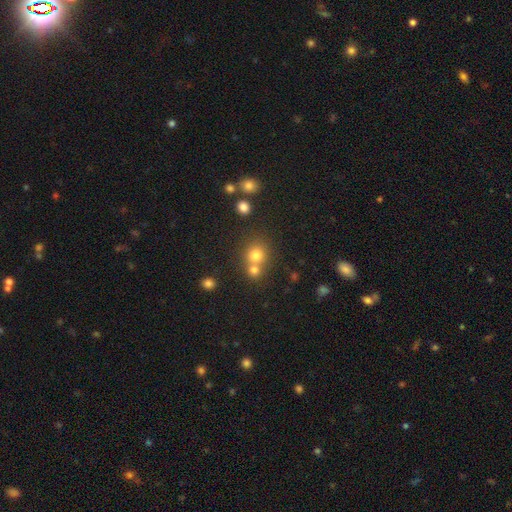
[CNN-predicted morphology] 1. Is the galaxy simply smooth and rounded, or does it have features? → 75% smooth, 15% star or artifact, 10% featured or disk.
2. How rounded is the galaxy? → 85% round, 14% in between, 1% cigar-shaped.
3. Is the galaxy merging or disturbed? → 47% none, 44% merger, 6% minor disturbance, 3% major disturbance.